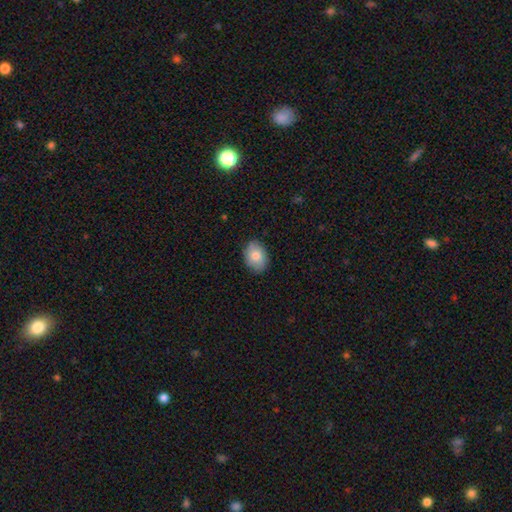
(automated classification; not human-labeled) Morphology: type=smooth (81%); roundness=in between (74%); merging=none (85%).